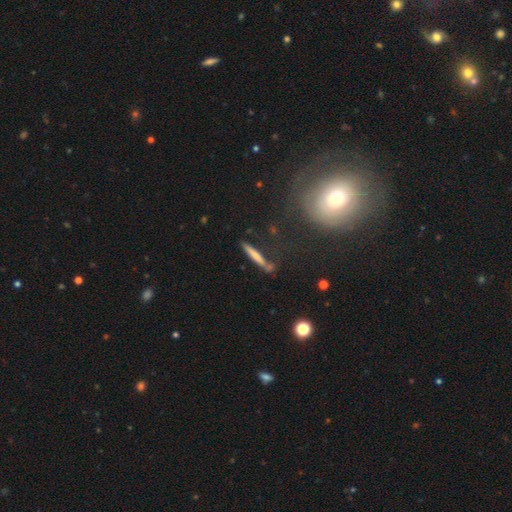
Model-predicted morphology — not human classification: smooth 61%, featured or disk 30%, star or artifact 8%. Down the decision tree: how rounded — cigar-shaped (93%); merging — none (74%).